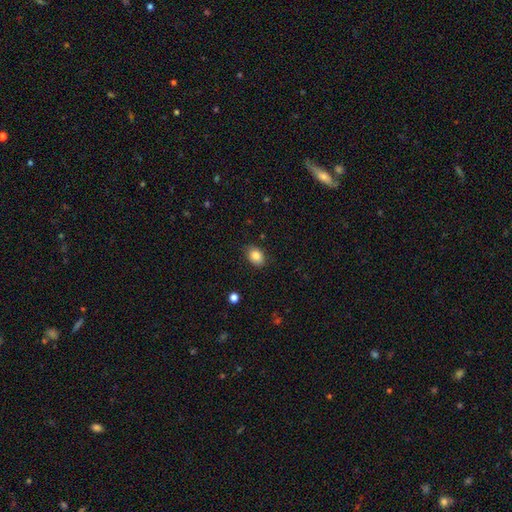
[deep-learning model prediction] Smooth or featured? Predicted: smooth (p=0.85). How rounded? Predicted: in between (p=0.70). Merging? Predicted: none (p=0.84).